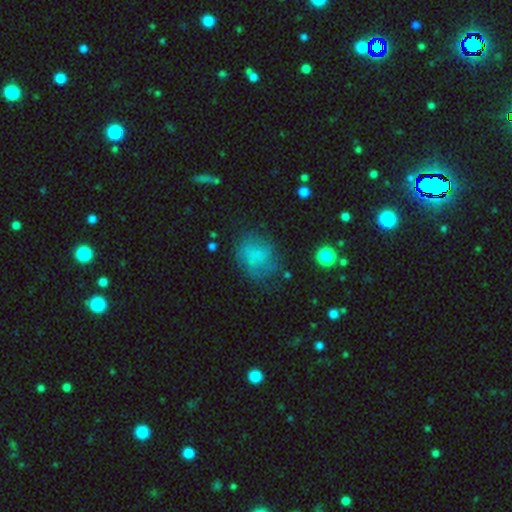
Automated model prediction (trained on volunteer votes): This appears to be a smooth galaxy with no disk features (66%) that is round (61%). Merging: none (58%).